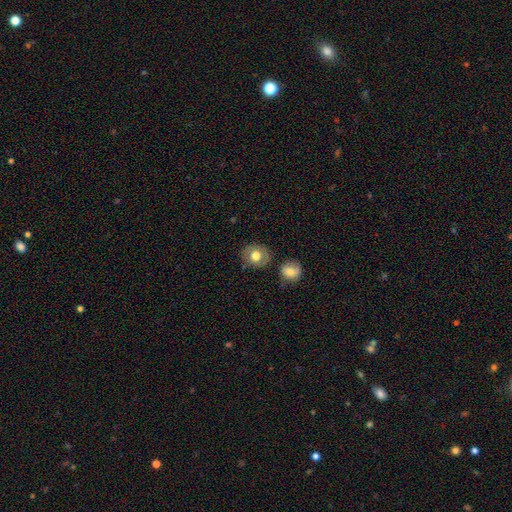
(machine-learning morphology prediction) A smooth galaxy with no disk features (67%) that is round (79%). Merging: none (78%).